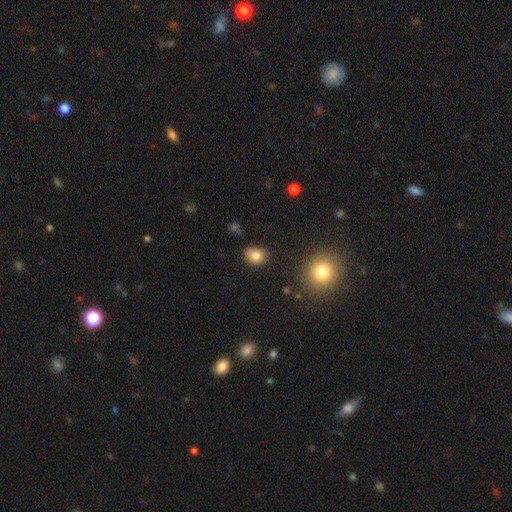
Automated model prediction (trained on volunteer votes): A smooth galaxy with no disk features (82%) that is in between round and cigar-shaped (58%).

Vote fractions:
- Smooth or featured? smooth: 82% / star or artifact: 11% / featured or disk: 7%
- How rounded? in between: 58% / round: 40% / cigar-shaped: 1%
- Merging? none: 72% / minor disturbance: 20% / major disturbance: 4% / merger: 3%